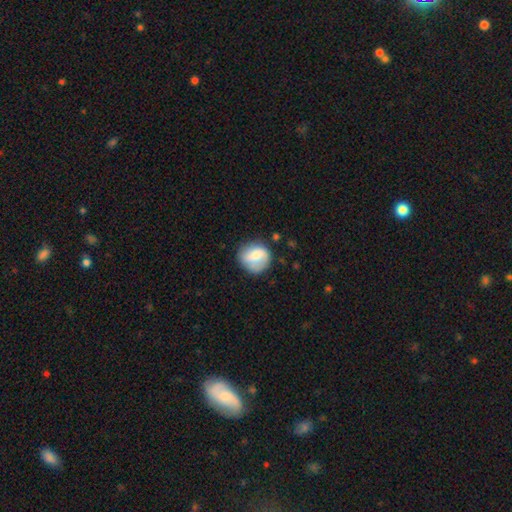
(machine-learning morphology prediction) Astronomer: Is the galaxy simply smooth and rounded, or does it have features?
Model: smooth — 65%.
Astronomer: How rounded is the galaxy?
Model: round — 83%.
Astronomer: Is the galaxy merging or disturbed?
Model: none — 67%.